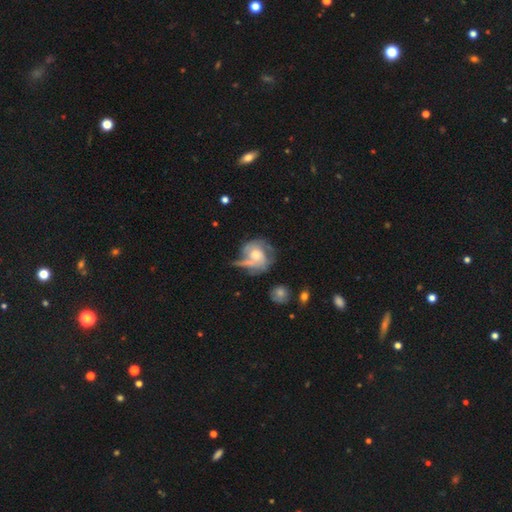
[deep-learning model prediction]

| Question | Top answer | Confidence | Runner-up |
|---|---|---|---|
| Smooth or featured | featured or disk | 63% | smooth (30%) |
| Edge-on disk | no | 96% | yes (4%) |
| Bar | no | 75% | weak (21%) |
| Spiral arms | yes | 73% | no (27%) |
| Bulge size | moderate | 55% | small (22%) |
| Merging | none | 39% | major disturbance (26%) |